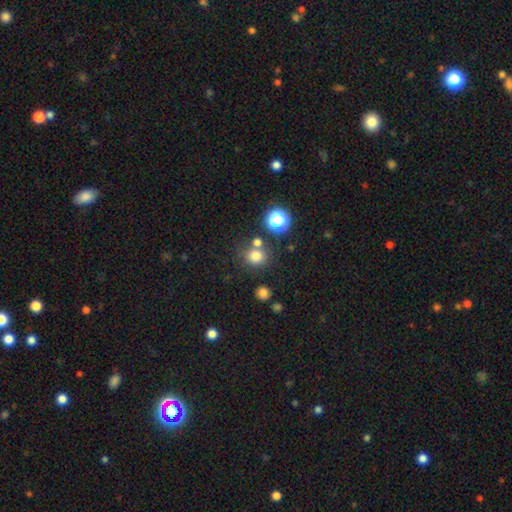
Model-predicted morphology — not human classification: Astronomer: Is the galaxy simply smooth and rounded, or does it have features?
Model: smooth — 76%.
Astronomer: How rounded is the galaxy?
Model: round — 81%.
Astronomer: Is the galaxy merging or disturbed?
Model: none — 68%.